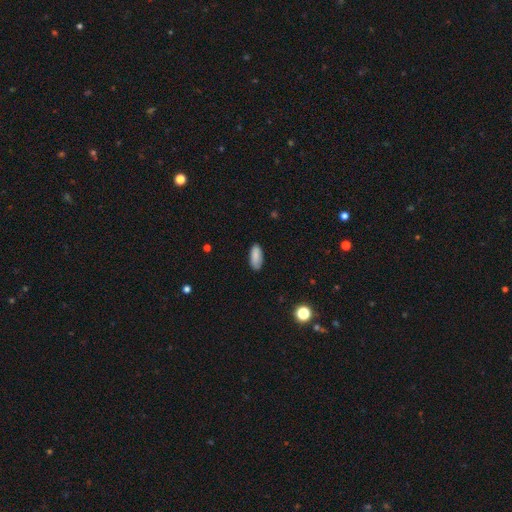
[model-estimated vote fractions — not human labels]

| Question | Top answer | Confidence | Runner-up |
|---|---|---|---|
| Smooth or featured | smooth | 86% | star or artifact (7%) |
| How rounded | in between | 84% | cigar-shaped (14%) |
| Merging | none | 84% | minor disturbance (12%) |